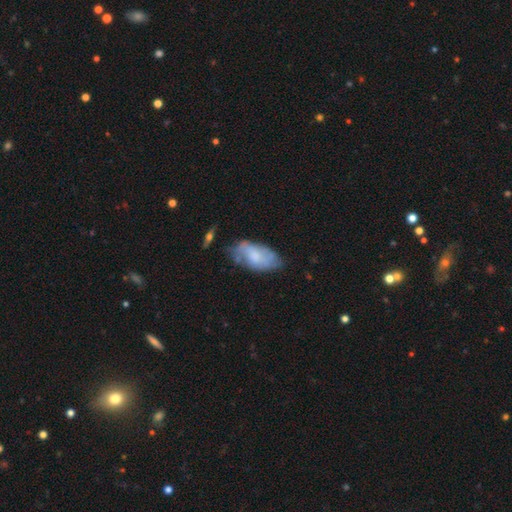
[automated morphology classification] smooth-or-featured: smooth: 55% | featured or disk: 38% | star or artifact: 7%
  how-rounded: in between: 93% | cigar-shaped: 4% | round: 3%
  merging: none: 54% | minor disturbance: 31% | major disturbance: 11% | merger: 4%